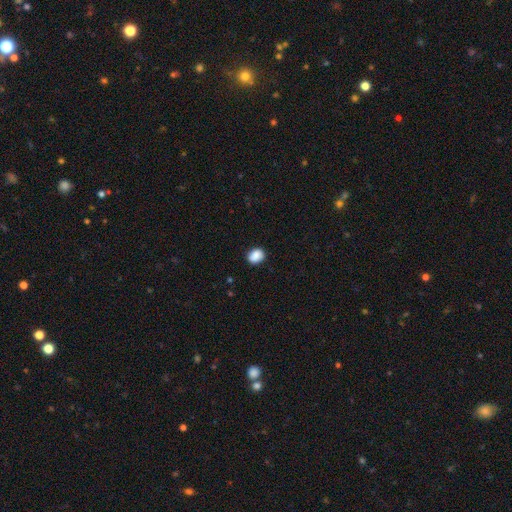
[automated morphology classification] Smooth or featured? smooth (87%)
How rounded? in between (57%)
Merging? none (84%)